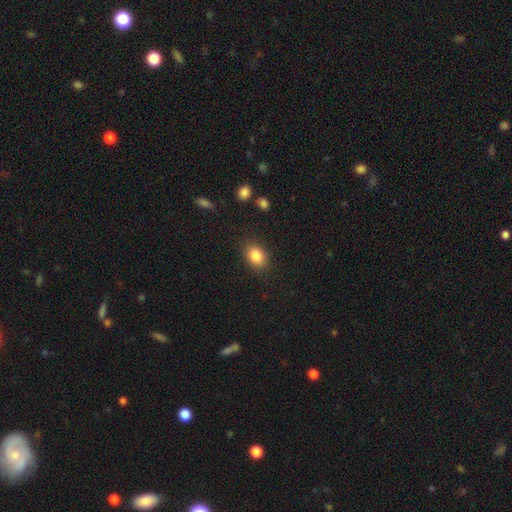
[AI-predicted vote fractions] Smooth or featured? smooth (85%)
How rounded? in between (70%)
Merging? none (86%)